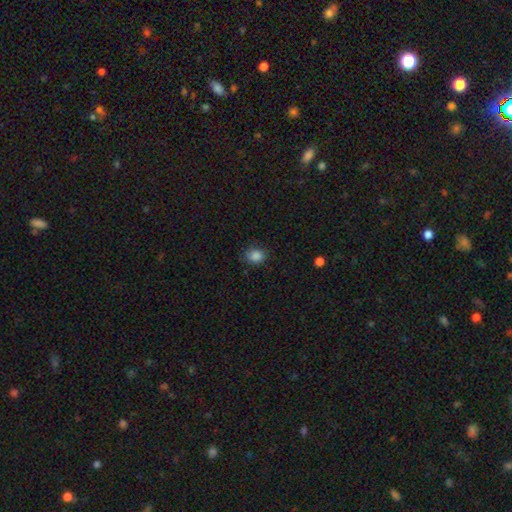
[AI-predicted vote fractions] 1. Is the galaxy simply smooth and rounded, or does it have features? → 86% smooth, 11% star or artifact, 4% featured or disk.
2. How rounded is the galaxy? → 60% round, 39% in between, 1% cigar-shaped.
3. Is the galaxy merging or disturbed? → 79% none, 16% minor disturbance, 4% major disturbance, 1% merger.